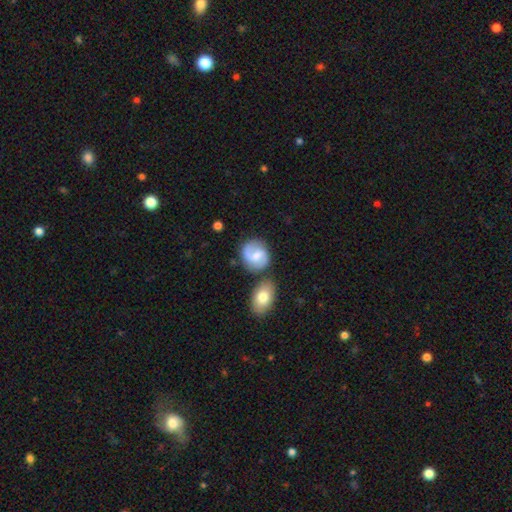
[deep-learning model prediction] Morphology: type=featured or disk (63%); edge-on=no (97%); bar=weak (54%); spiral arms=yes (91%); winding=medium (50%); arm count=2 (83%); bulge=moderate (47%); merging=none (67%).